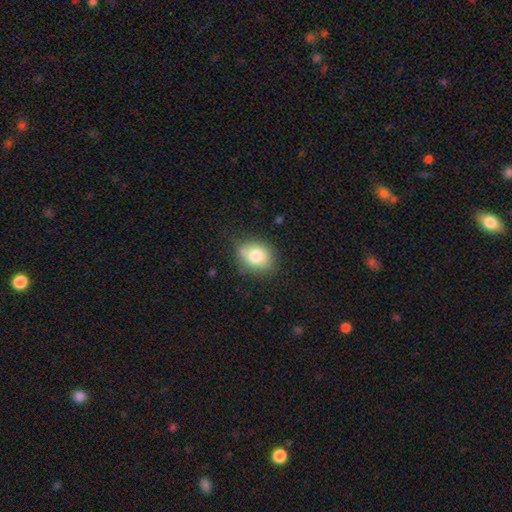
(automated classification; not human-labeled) smooth_or_featured: smooth (p=0.74) [alt: featured or disk p=0.16]
how_rounded: round (p=0.50) [alt: in between p=0.49]
merging: none (p=0.69) [alt: minor disturbance p=0.22]